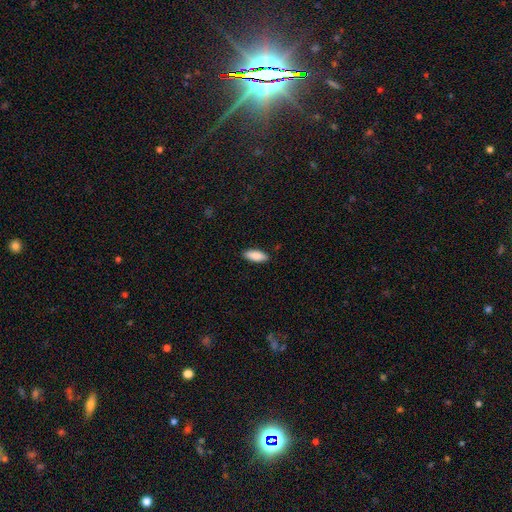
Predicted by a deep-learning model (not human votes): This is clearly a smooth galaxy (89%). How rounded: likely in between (79%). Merging: clearly none (89%).